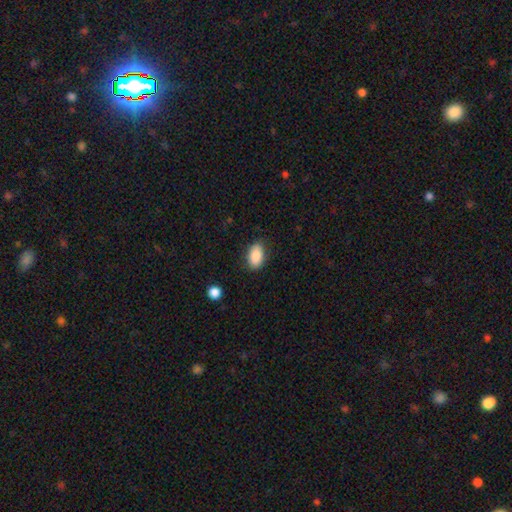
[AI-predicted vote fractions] Smooth or featured?
  - smooth: 87% *
  - star or artifact: 7%
  - featured or disk: 5%
How rounded?
  - in between: 91% *
  - round: 7%
  - cigar-shaped: 2%
Merging?
  - none: 84% *
  - minor disturbance: 12%
  - major disturbance: 3%
  - merger: 1%